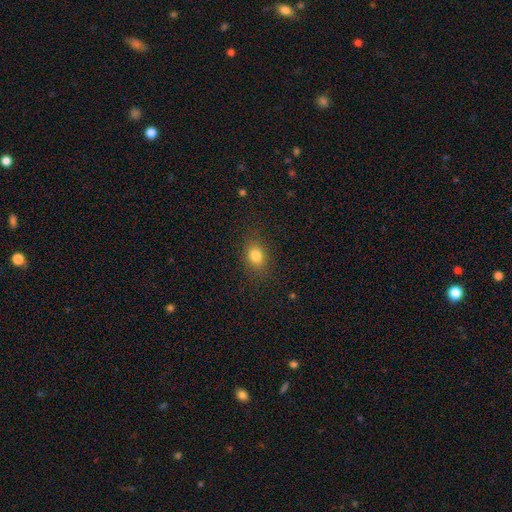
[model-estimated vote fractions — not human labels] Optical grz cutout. It shows a smooth galaxy with no disk features (80%) that is in between round and cigar-shaped (53%). Merging: none (84%).